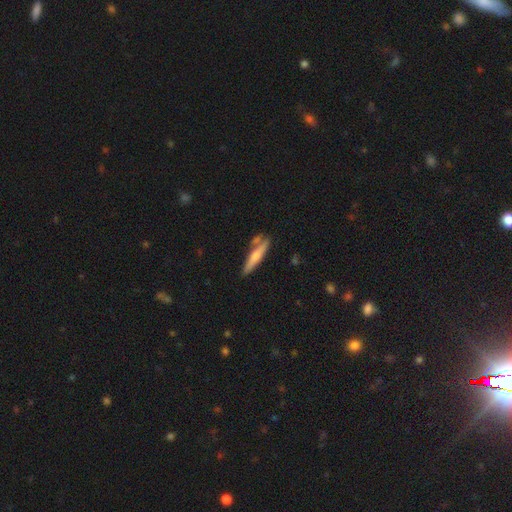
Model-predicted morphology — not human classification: This appears to be a smooth galaxy with no disk features (57%) that is cigar-shaped (87%). Merging: none (70%).